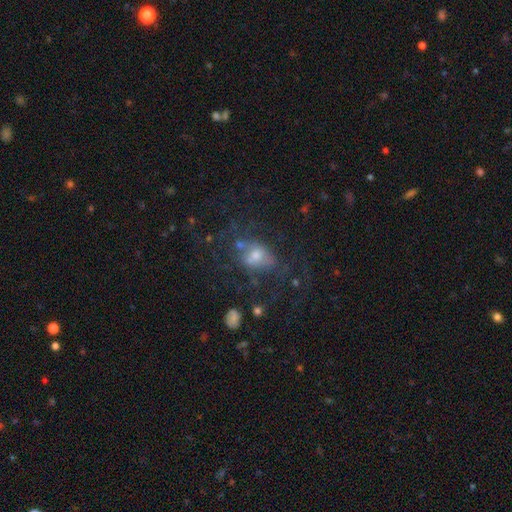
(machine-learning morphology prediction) Smooth or featured? smooth (44%)
Merging? none (44%)